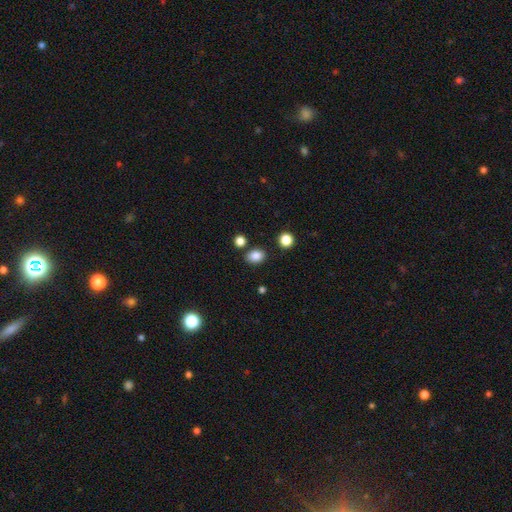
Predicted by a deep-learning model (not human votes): The model was most divided on "how rounded": in between: 69%, round: 30%, cigar-shaped: 1%. More confident: smooth or featured — smooth (84%); merging — none (82%).